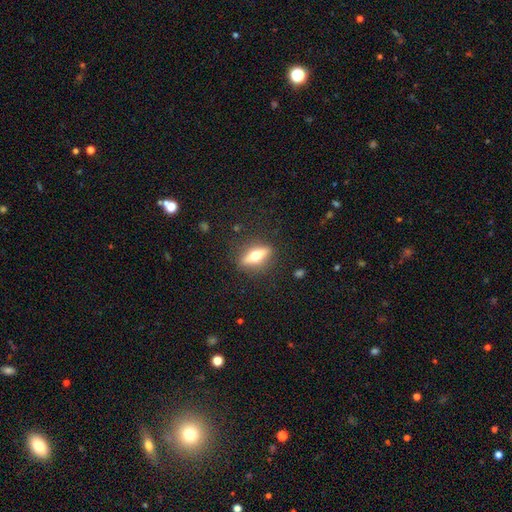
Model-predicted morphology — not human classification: Q: Smooth or featured?
A: featured or disk (52%); runner-up: smooth (41%)
Q: Edge-on disk?
A: yes (85%); runner-up: no (15%)
Q: Merging?
A: none (85%); runner-up: minor disturbance (10%)